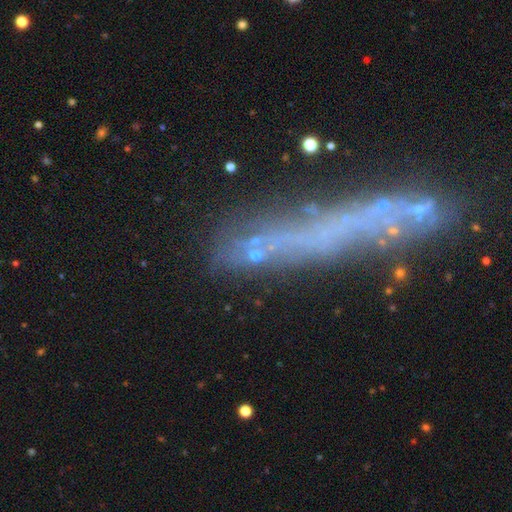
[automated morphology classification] This appears to be a featured or disk galaxy (34%, tied with star or artifact). Merging: none (58%).